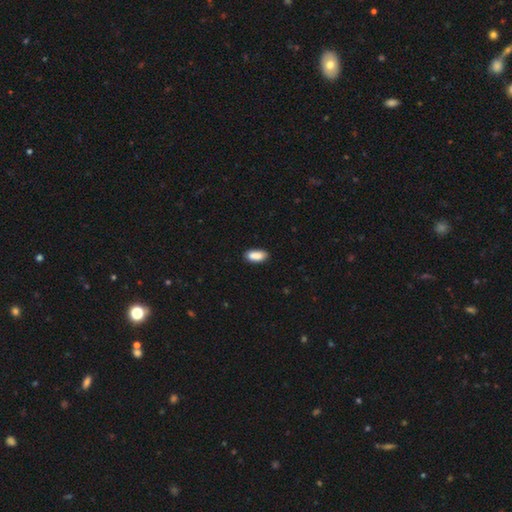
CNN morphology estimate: Smooth or featured: smooth — 89% (star or artifact — 7%)
How rounded: in between — 88% (cigar-shaped — 9%)
Merging: none — 80% (minor disturbance — 15%)